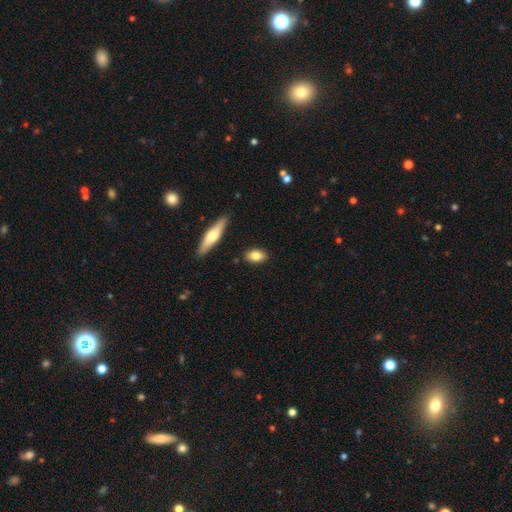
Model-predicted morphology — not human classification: type=smooth (79%); roundness=in between (84%); merging=none (86%).